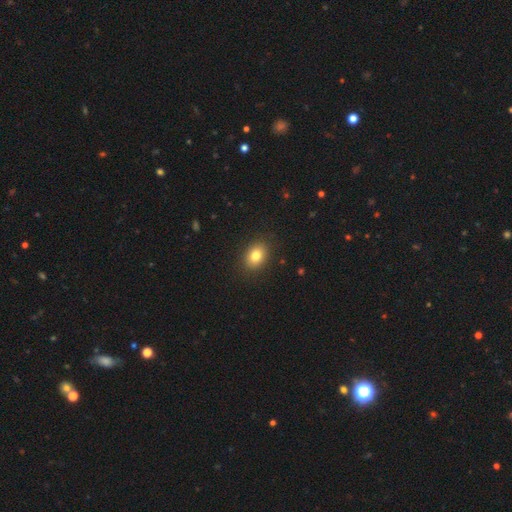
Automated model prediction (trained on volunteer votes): smooth_or_featured: smooth (p=0.81) [alt: star or artifact p=0.10]
how_rounded: in between (p=0.68) [alt: round p=0.31]
merging: none (p=0.89) [alt: minor disturbance p=0.08]